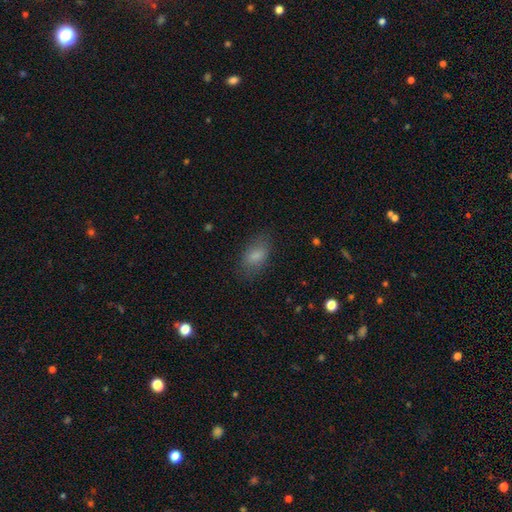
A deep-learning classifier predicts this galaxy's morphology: This appears to be a smooth galaxy with no disk features (81%) that is in between round and cigar-shaped (89%). Merging: none (76%).